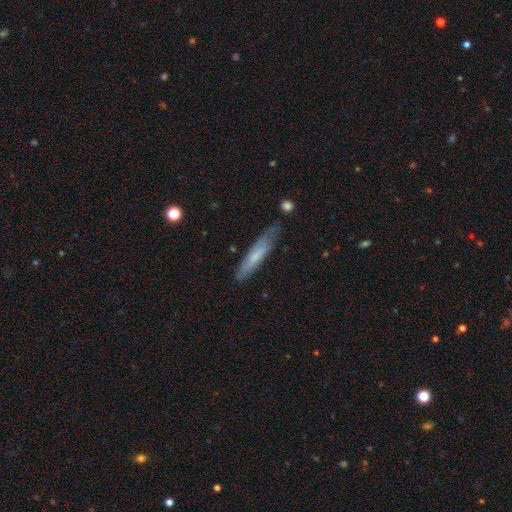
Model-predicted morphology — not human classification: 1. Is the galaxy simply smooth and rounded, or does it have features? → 61% smooth, 33% featured or disk, 6% star or artifact.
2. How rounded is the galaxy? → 87% cigar-shaped, 12% in between, 1% round.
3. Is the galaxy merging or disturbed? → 73% none, 20% minor disturbance, 4% major disturbance, 2% merger.